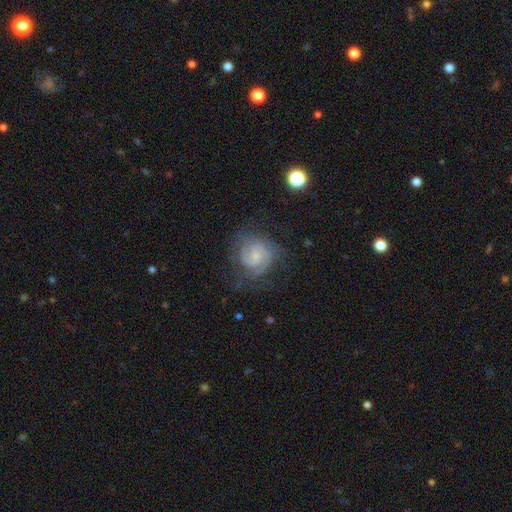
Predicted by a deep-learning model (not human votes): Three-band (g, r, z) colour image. It shows a featured or disk galaxy (80%) with no bar (61%), 2 (57%) tight (57%) spiral arms (95%) and a small central bulge (71%). Merging: none (67%).